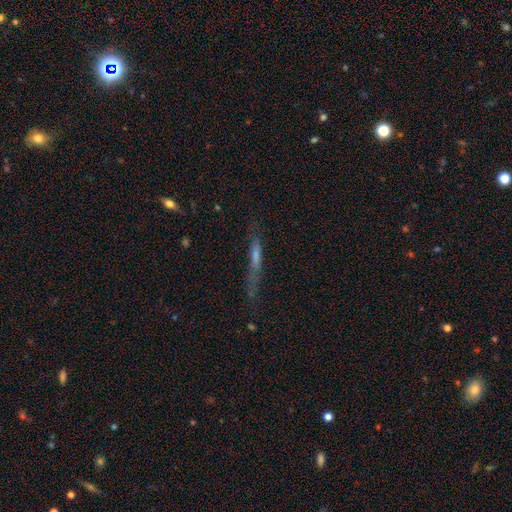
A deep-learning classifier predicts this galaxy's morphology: Smooth or featured? Predicted: featured or disk (p=0.44). Merging? Predicted: none (p=0.61).